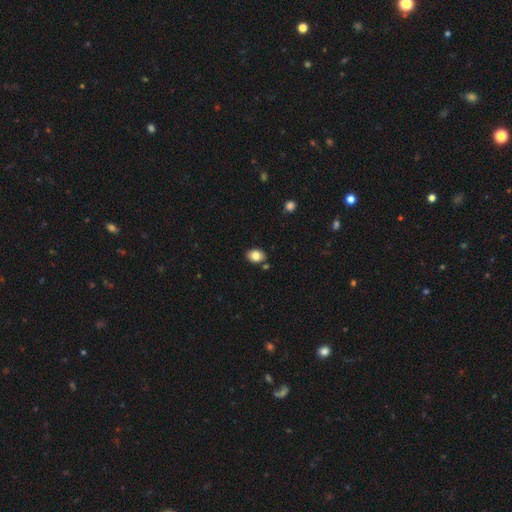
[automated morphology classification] Smooth or featured?
  - smooth: 82% *
  - star or artifact: 9%
  - featured or disk: 9%
How rounded?
  - in between: 71% *
  - round: 28%
  - cigar-shaped: 1%
Merging?
  - none: 83% *
  - minor disturbance: 11%
  - merger: 5%
  - major disturbance: 2%